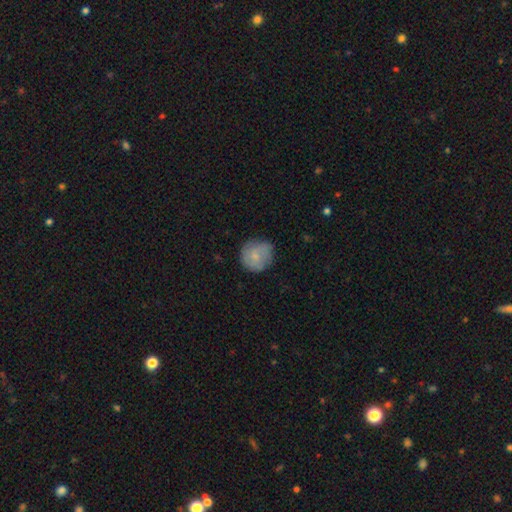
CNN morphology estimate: Q: Smooth or featured?
A: smooth (71%); runner-up: featured or disk (22%)
Q: How rounded?
A: round (90%); runner-up: in between (9%)
Q: Merging?
A: none (71%); runner-up: minor disturbance (22%)